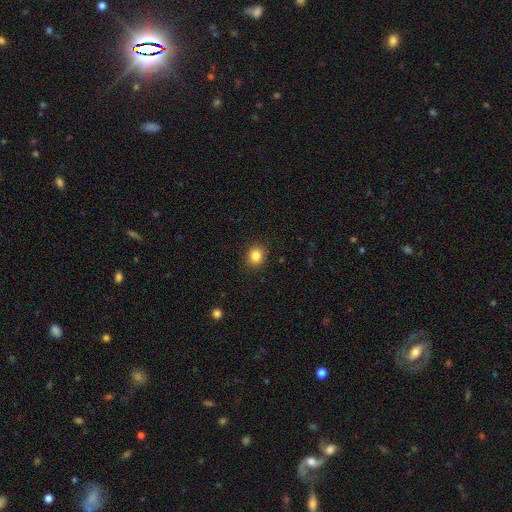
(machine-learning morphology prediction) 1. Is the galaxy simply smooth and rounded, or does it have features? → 84% smooth, 11% star or artifact, 5% featured or disk.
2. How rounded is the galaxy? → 75% round, 24% in between, 1% cigar-shaped.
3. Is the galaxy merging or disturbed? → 90% none, 7% minor disturbance, 2% major disturbance, 1% merger.